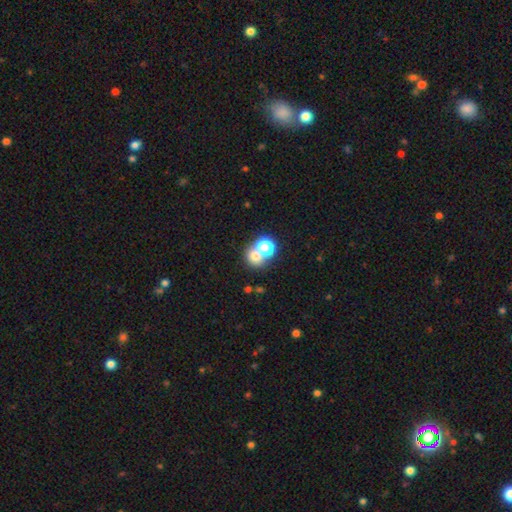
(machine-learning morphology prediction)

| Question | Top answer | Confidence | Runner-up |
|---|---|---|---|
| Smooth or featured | smooth | 69% | star or artifact (18%) |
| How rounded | round | 73% | in between (26%) |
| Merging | merger | 51% | none (39%) |